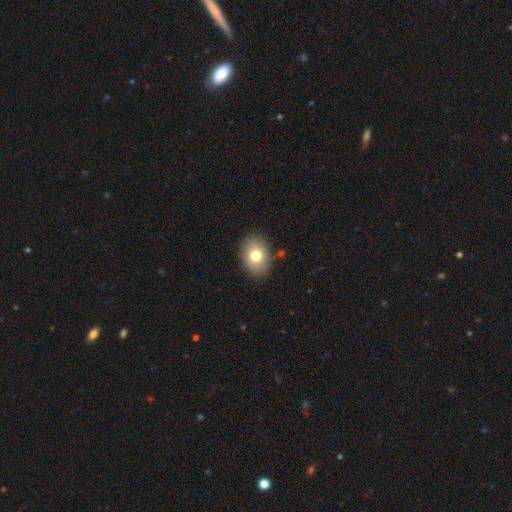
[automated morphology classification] This appears to be a smooth galaxy with no disk features (78%) that is in between round and cigar-shaped (72%). Merging: none (85%).